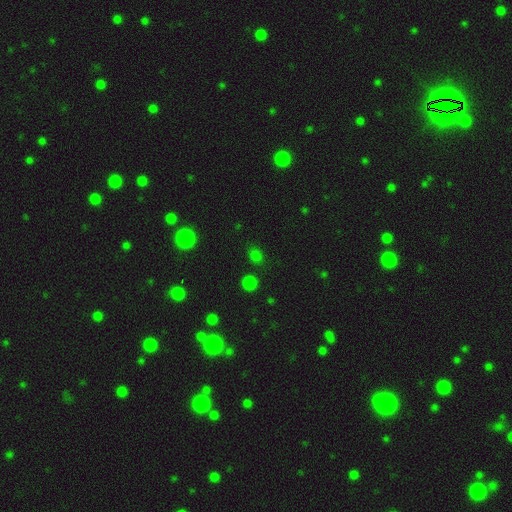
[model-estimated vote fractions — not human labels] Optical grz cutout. It shows a smooth galaxy with no disk features (69%) that is round (61%). Merging: none (82%).